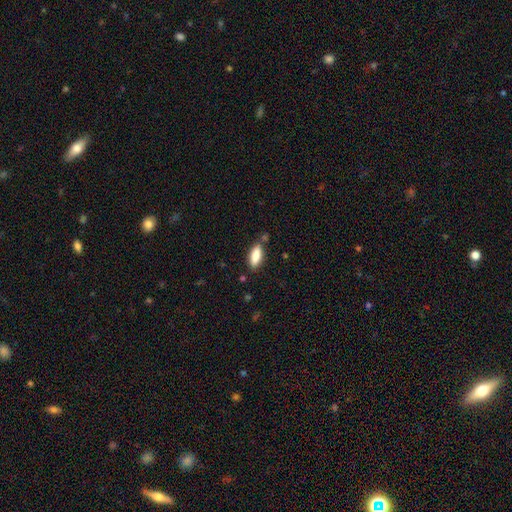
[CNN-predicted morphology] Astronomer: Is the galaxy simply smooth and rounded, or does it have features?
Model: smooth — 85%.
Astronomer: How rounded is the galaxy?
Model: in between — 79%.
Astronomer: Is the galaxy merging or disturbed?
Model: none — 78%.